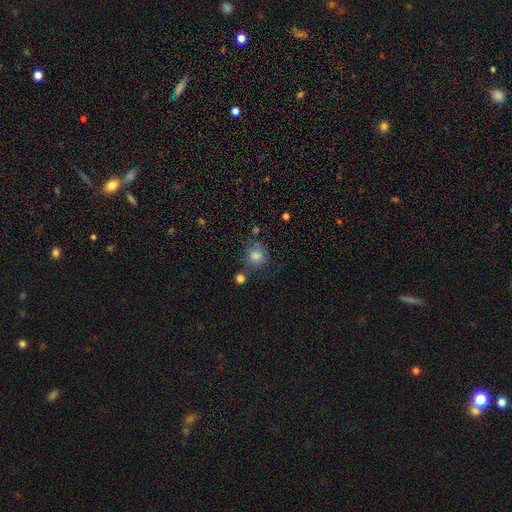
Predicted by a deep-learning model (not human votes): A smooth galaxy with no disk features (80%) that is round (87%).

Vote fractions:
- Smooth or featured? smooth: 80% / star or artifact: 13% / featured or disk: 8%
- How rounded? round: 87% / in between: 12% / cigar-shaped: 1%
- Merging? none: 72% / minor disturbance: 15% / merger: 8% / major disturbance: 5%